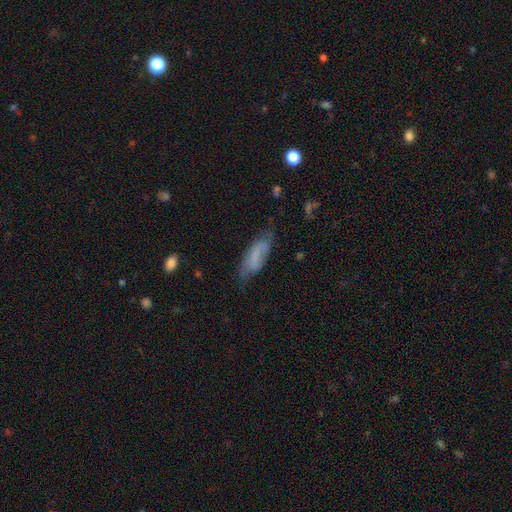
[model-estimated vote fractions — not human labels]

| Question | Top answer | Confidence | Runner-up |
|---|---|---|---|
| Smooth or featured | smooth | 60% | featured or disk (31%) |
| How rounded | in between | 65% | cigar-shaped (33%) |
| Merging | none | 58% | minor disturbance (29%) |